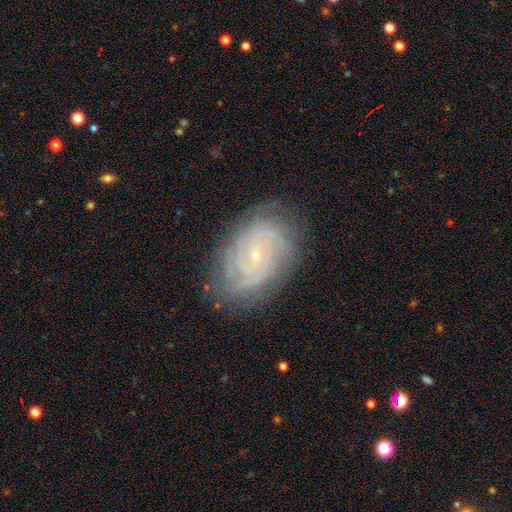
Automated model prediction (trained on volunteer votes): Q: Smooth or featured?
A: featured or disk (81%); runner-up: smooth (12%)
Q: Edge-on disk?
A: no (97%); runner-up: yes (3%)
Q: Bar?
A: no (66%); runner-up: weak (29%)
Q: Spiral arms?
A: yes (95%); runner-up: no (5%)
Q: Spiral winding?
A: tight (72%); runner-up: medium (23%)
Q: Spiral arm count?
A: can't tell (35%); runner-up: 2 (19%)
Q: Bulge size?
A: small (83%); runner-up: moderate (13%)
Q: Merging?
A: none (79%); runner-up: minor disturbance (15%)